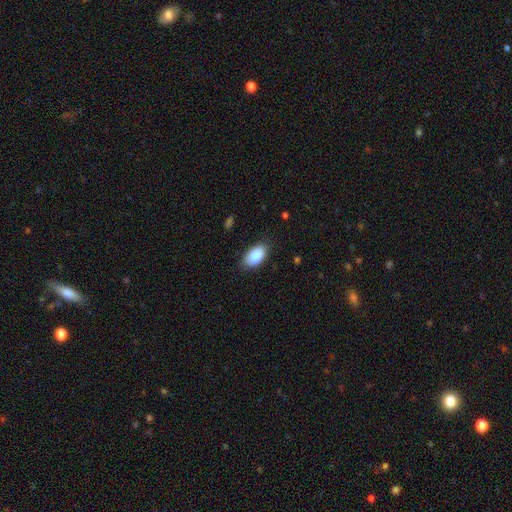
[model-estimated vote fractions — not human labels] Overall: smooth (87%). How rounded: in between (94%). Merging: none (82%).